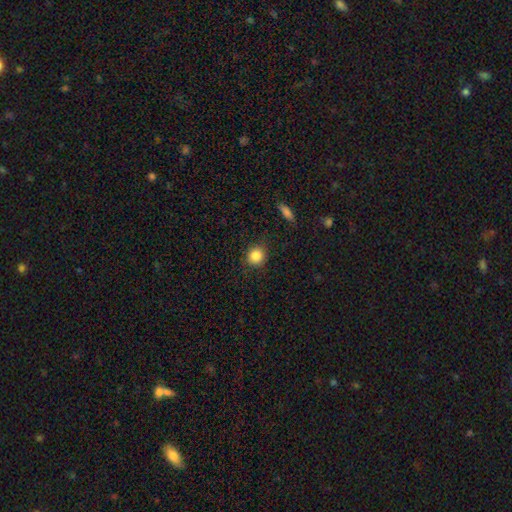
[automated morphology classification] Overall: smooth (85%). How rounded: round (87%). Merging: none (87%).